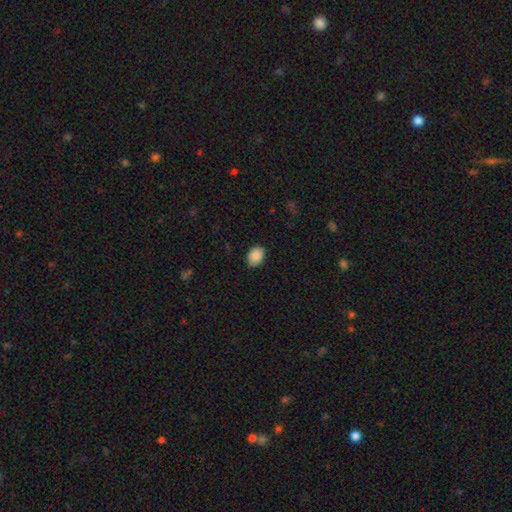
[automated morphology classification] Smooth or featured: smooth — 89% (star or artifact — 7%)
How rounded: in between — 73% (round — 26%)
Merging: none — 85% (minor disturbance — 12%)